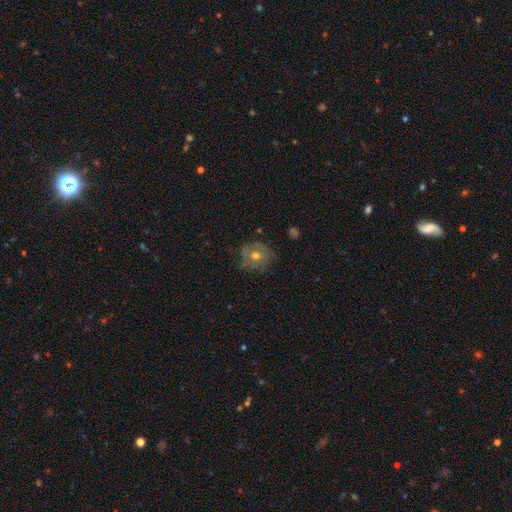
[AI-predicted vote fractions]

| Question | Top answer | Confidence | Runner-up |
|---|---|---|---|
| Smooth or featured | smooth | 45% | featured or disk (41%) |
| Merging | none | 67% | minor disturbance (23%) |